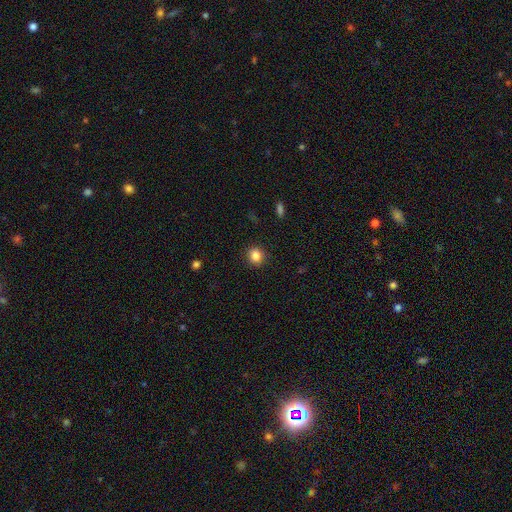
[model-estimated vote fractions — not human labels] Smooth or featured: smooth — 84% (star or artifact — 11%)
How rounded: round — 85% (in between — 14%)
Merging: none — 91% (minor disturbance — 6%)